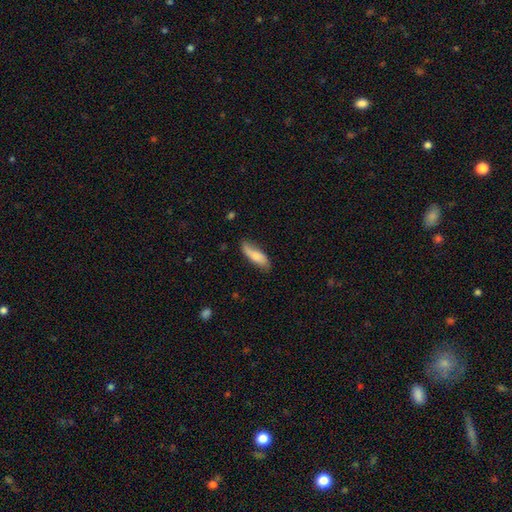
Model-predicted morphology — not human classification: type=smooth (69%); roundness=in between (52%); merging=none (65%).